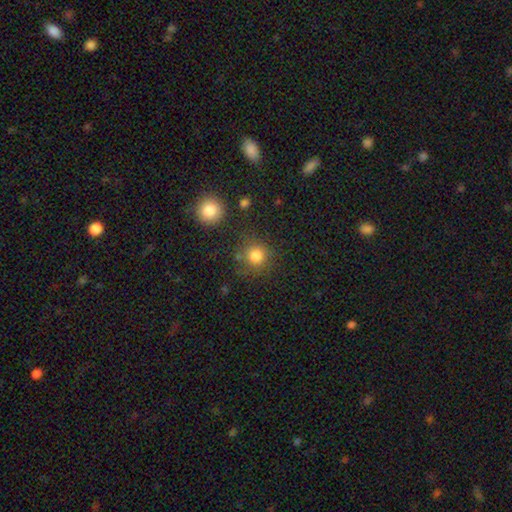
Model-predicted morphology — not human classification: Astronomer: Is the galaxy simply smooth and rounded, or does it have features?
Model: smooth — 81%.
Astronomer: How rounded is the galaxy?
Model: round — 90%.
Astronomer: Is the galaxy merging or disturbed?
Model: none — 78%.